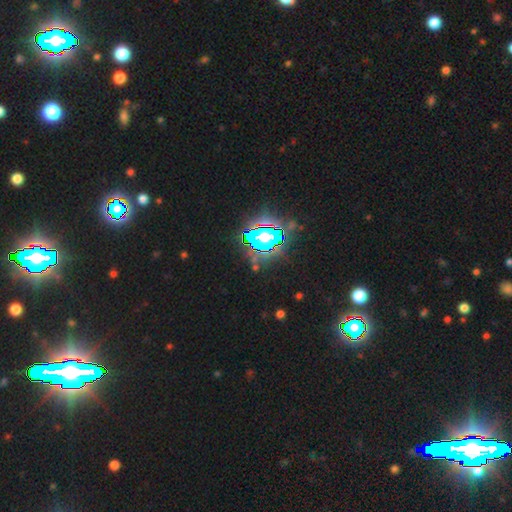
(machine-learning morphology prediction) Smooth or featured: star or artifact — 77% (smooth — 13%)